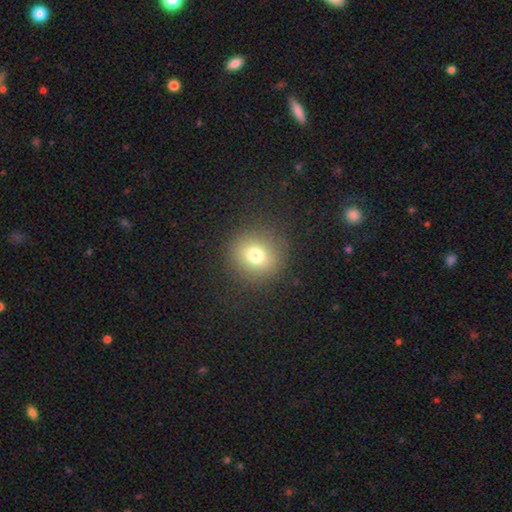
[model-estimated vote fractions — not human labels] smooth 75%, star or artifact 15%, featured or disk 10%. Down the decision tree: how rounded — round (90%); merging — none (88%).